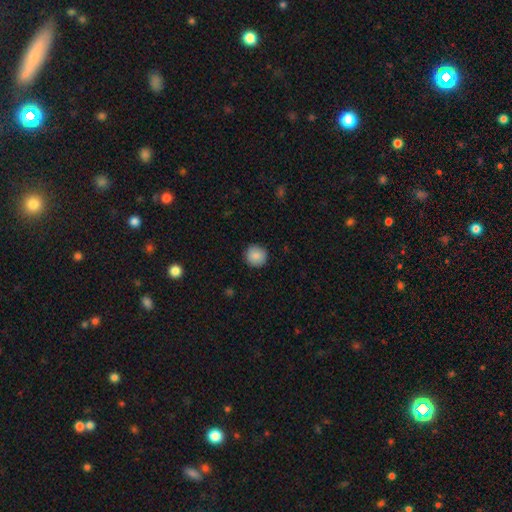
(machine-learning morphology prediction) Overall: smooth (88%). How rounded: round (94%). Merging: none (91%).